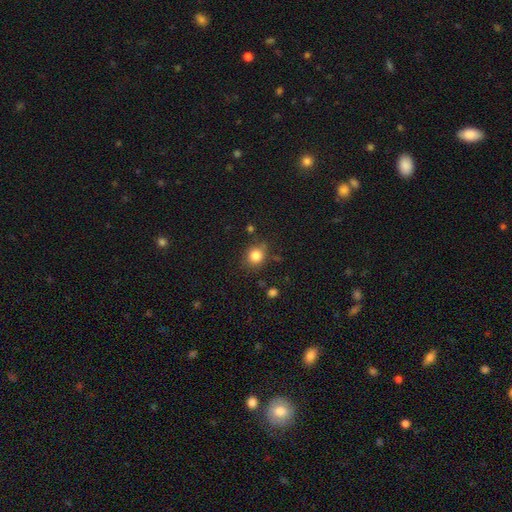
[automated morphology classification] smooth_or_featured: smooth (p=0.83) [alt: star or artifact p=0.11]
how_rounded: round (p=0.79) [alt: in between p=0.20]
merging: none (p=0.78) [alt: minor disturbance p=0.14]